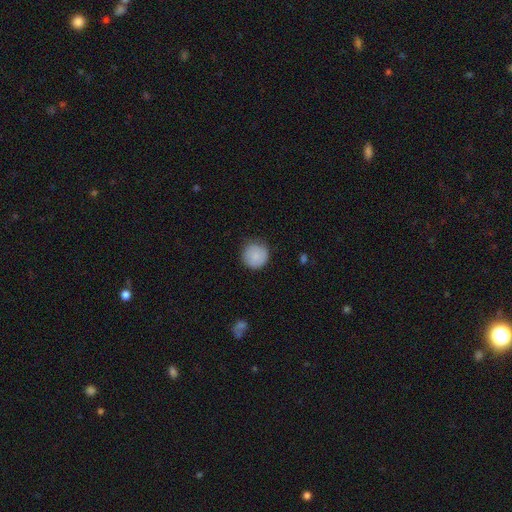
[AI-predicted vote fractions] The model was most divided on "merging": none: 80%, minor disturbance: 15%, major disturbance: 3%, merger: 1%. More confident: how rounded — round (94%); smooth or featured — smooth (85%).